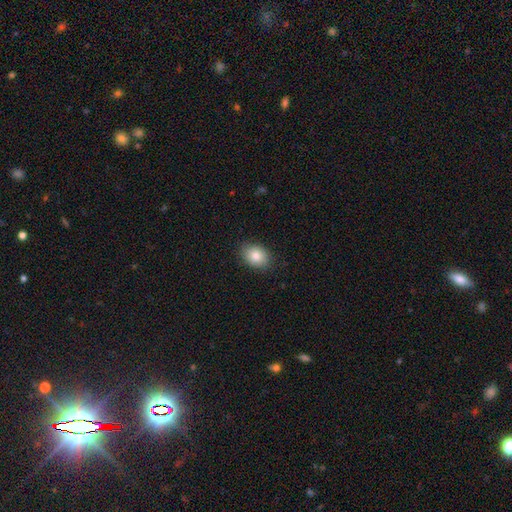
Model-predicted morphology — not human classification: Smooth or featured: smooth — 85% (star or artifact — 8%)
How rounded: in between — 74% (round — 25%)
Merging: none — 88% (minor disturbance — 9%)